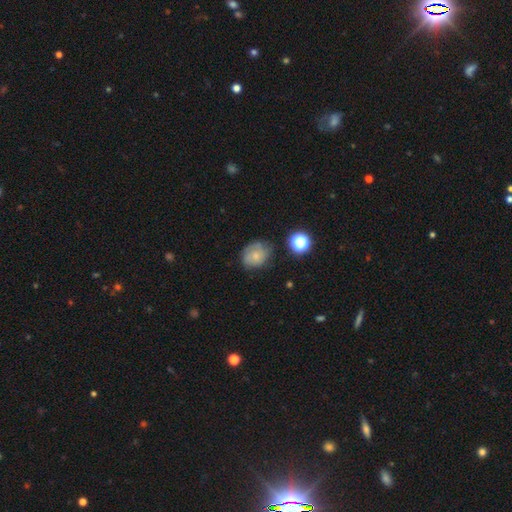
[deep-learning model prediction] Smooth or featured? Predicted: smooth (p=0.67). How rounded? Predicted: round (p=0.57). Merging? Predicted: none (p=0.60).